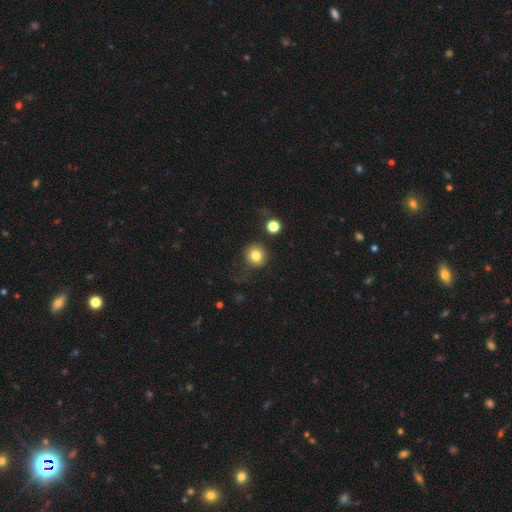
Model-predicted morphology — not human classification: Smooth or featured? smooth (81%)
How rounded? round (92%)
Merging? none (77%)